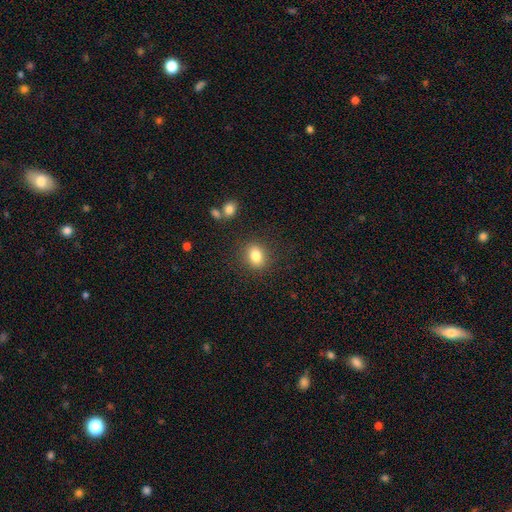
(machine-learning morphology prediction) smooth 83%, star or artifact 10%, featured or disk 7%. Down the decision tree: how rounded — in between (51%); merging — none (86%).